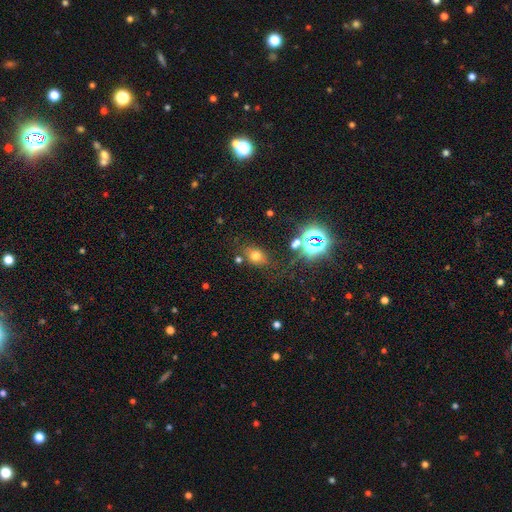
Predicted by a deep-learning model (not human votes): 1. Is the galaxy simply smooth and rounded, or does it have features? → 63% smooth, 25% star or artifact, 12% featured or disk.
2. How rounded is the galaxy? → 63% in between, 35% round, 2% cigar-shaped.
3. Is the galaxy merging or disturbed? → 70% none, 15% minor disturbance, 7% merger, 7% major disturbance.